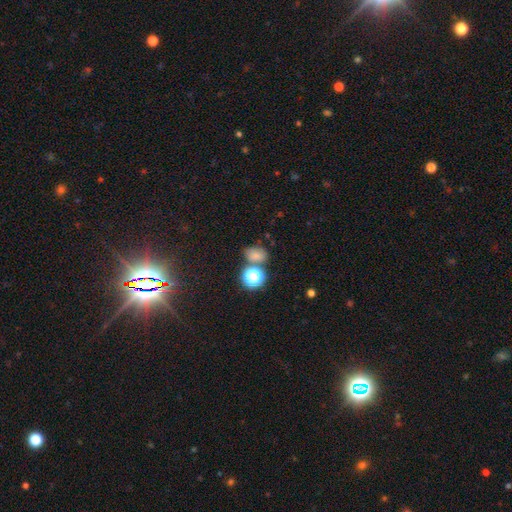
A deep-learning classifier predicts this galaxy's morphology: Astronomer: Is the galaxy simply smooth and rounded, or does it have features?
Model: smooth — 70%.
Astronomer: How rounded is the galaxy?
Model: in between — 61% (runner-up: round, 37%).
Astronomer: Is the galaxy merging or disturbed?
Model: none — 62%.